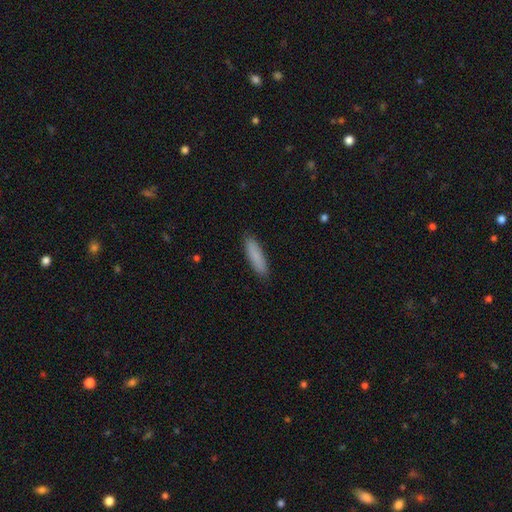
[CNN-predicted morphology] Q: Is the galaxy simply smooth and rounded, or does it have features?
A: smooth — 86%.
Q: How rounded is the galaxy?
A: cigar-shaped — 72%.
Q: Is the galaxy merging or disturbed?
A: none — 89%.